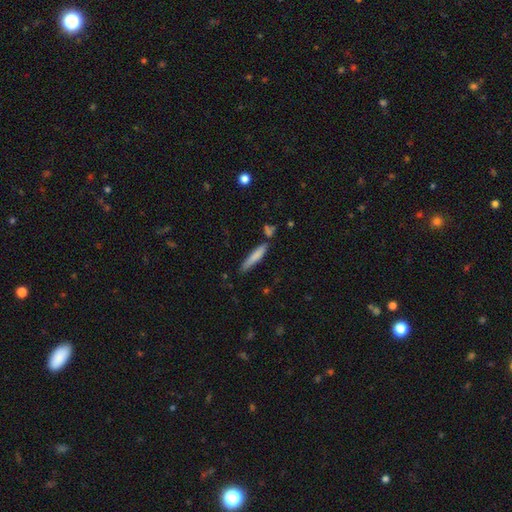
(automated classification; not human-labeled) Overall: smooth (76%). How rounded: cigar-shaped (91%). Merging: none (73%).